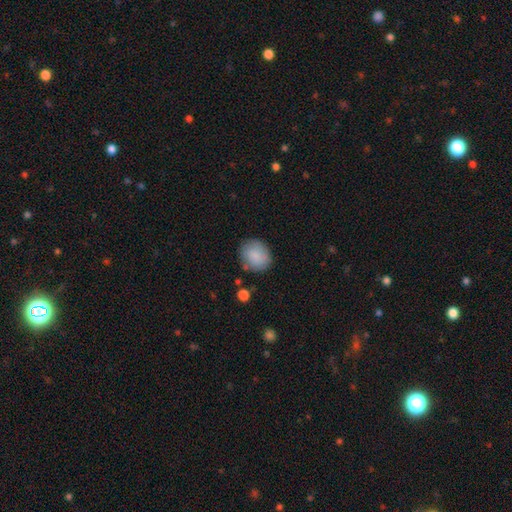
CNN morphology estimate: smooth_or_featured: smooth (p=0.86) [alt: featured or disk p=0.07]
how_rounded: round (p=0.63) [alt: in between p=0.36]
merging: none (p=0.78) [alt: minor disturbance p=0.15]